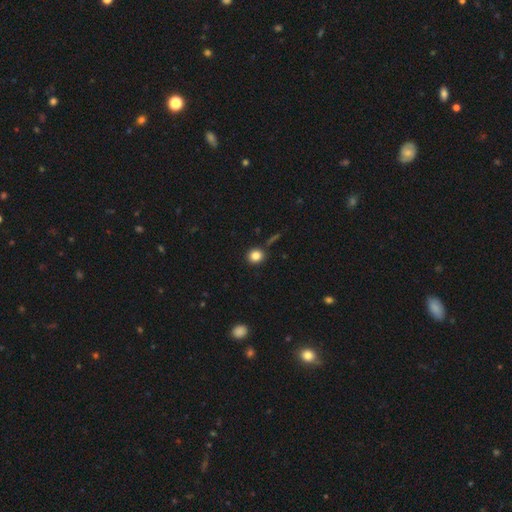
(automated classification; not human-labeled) Smooth or featured? Predicted: smooth (p=0.84). How rounded? Predicted: round (p=0.87). Merging? Predicted: none (p=0.88).